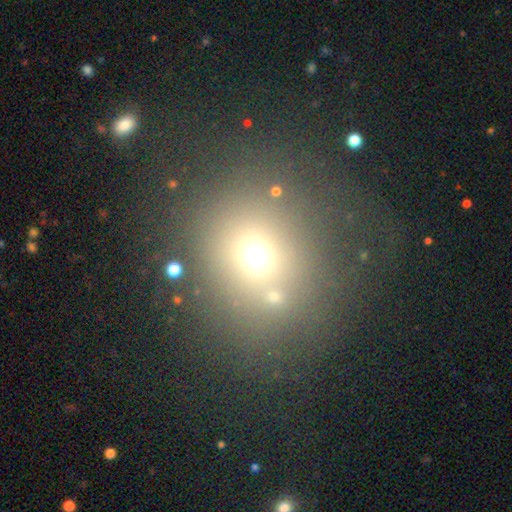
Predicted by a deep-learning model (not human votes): The model was most divided on "smooth or featured": smooth: 63%, star or artifact: 25%, featured or disk: 12%. More confident: how rounded — round (82%); merging — none (69%).